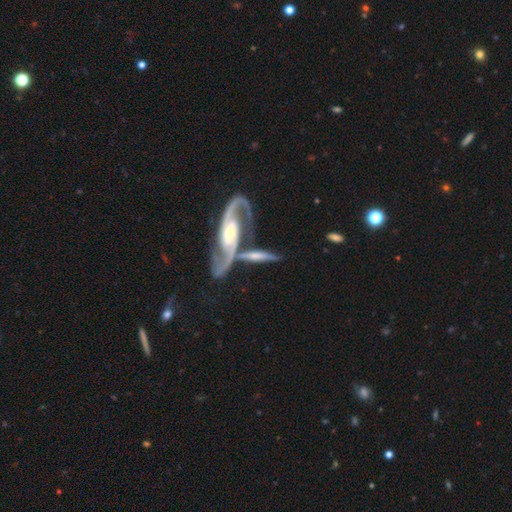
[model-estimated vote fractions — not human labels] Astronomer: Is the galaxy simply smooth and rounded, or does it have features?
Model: featured or disk — 77%.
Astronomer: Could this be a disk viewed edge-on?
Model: no — 65%.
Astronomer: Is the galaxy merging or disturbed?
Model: merger — 41% (runner-up: none, 36%).